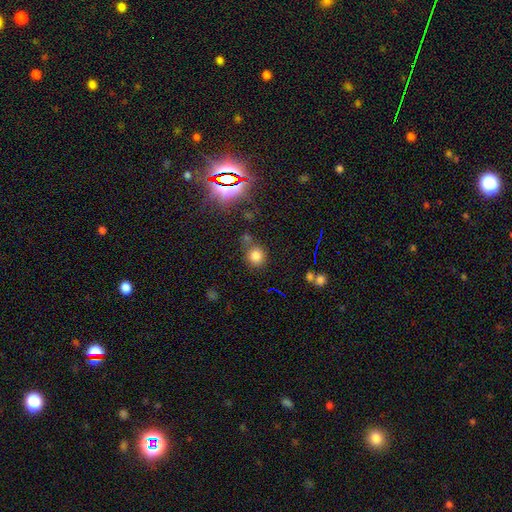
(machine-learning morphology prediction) A smooth galaxy with no disk features (76%) that is round (83%).

Vote fractions:
- Smooth or featured? smooth: 76% / star or artifact: 17% / featured or disk: 7%
- How rounded? round: 83% / in between: 15% / cigar-shaped: 1%
- Merging? none: 69% / merger: 14% / minor disturbance: 13% / major disturbance: 5%